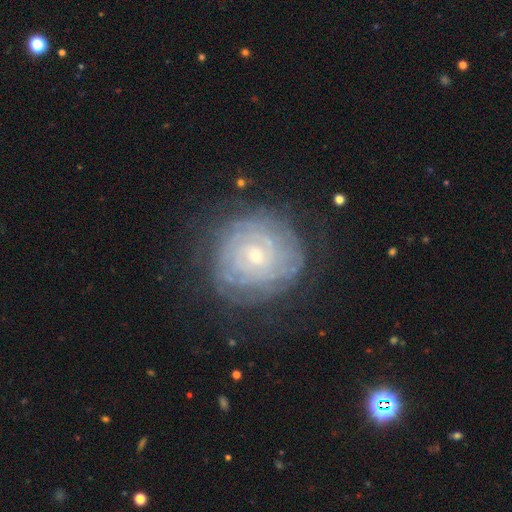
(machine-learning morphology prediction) This is likely a featured or disk galaxy (80%). It is clearly not viewed edge-on (97%). Bar: likely no (68%). Spiral arm pattern: clearly yes (92%). Spiral arm count: possibly can't tell (53%). Spiral winding: clearly tight (85%). Central bulge: likely small (62%). Merging: likely none (77%).